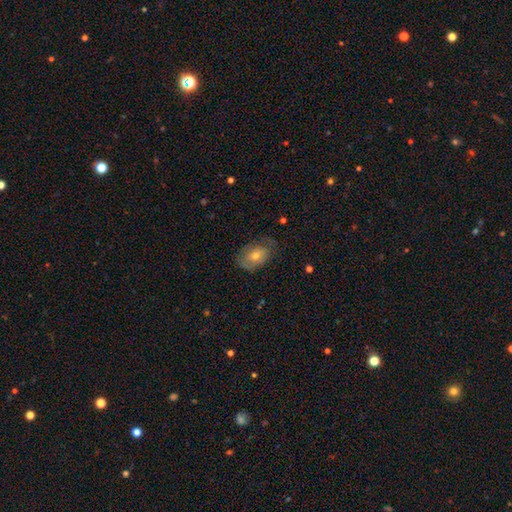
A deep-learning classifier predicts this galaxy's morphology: A smooth galaxy with no disk features (47%).

Vote fractions:
- Smooth or featured? smooth: 47% / featured or disk: 43% / star or artifact: 10%
- Merging? none: 69% / minor disturbance: 22% / major disturbance: 8% / merger: 1%